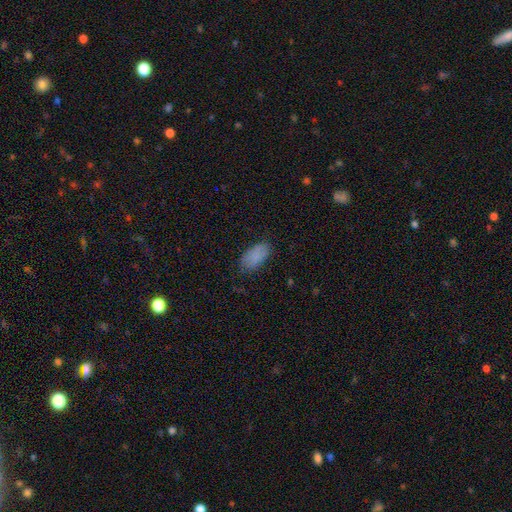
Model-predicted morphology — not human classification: smooth-or-featured: smooth: 85% | star or artifact: 8% | featured or disk: 7%
  how-rounded: in between: 93% | cigar-shaped: 4% | round: 3%
  merging: none: 77% | minor disturbance: 17% | major disturbance: 4% | merger: 1%